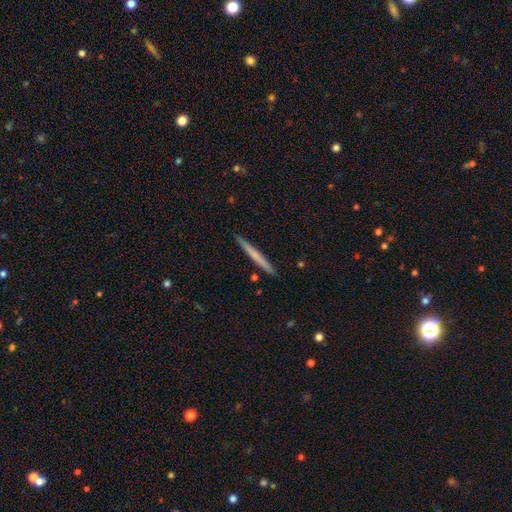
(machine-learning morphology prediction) A smooth galaxy with no disk features (58%) that is cigar-shaped (97%).

Vote fractions:
- Smooth or featured? smooth: 58% / featured or disk: 37% / star or artifact: 5%
- How rounded? cigar-shaped: 97% / in between: 2% / round: 1%
- Merging? none: 92% / minor disturbance: 5% / merger: 1% / major disturbance: 1%